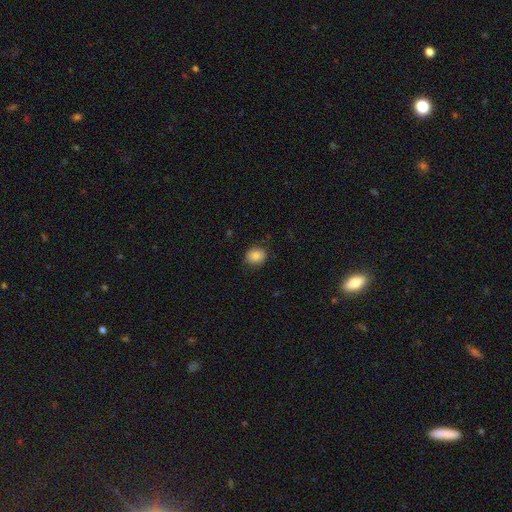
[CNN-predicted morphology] This appears to be a smooth galaxy with no disk features (85%) that is round (61%). Merging: none (84%).